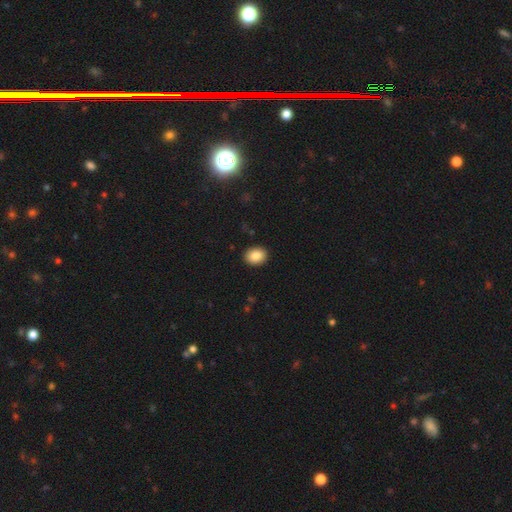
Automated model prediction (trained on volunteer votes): smooth_or_featured: smooth (p=0.87) [alt: star or artifact p=0.08]
how_rounded: in between (p=0.57) [alt: round p=0.42]
merging: none (p=0.91) [alt: minor disturbance p=0.06]